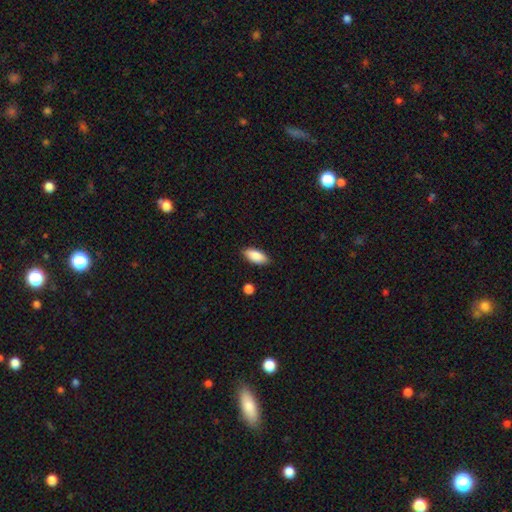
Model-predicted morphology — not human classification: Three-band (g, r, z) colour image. It shows a smooth galaxy with no disk features (88%) that is in between round and cigar-shaped (88%). Merging: none (86%).